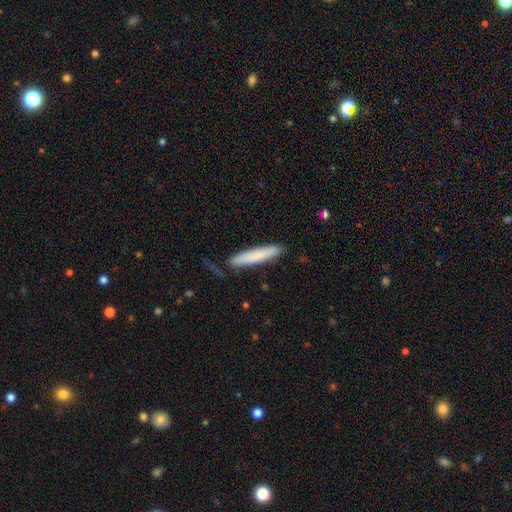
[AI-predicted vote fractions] Q: Smooth or featured?
A: smooth (79%); runner-up: featured or disk (15%)
Q: How rounded?
A: cigar-shaped (92%); runner-up: in between (7%)
Q: Merging?
A: none (78%); runner-up: minor disturbance (16%)